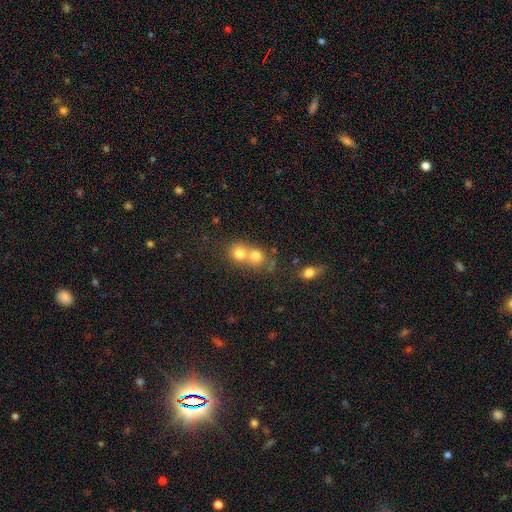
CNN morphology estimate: A smooth galaxy with no disk features (74%) that is round (80%).

Vote fractions:
- Smooth or featured? smooth: 74% / star or artifact: 13% / featured or disk: 13%
- How rounded? round: 80% / in between: 19% / cigar-shaped: 1%
- Merging? merger: 62% / none: 31% / minor disturbance: 5% / major disturbance: 3%